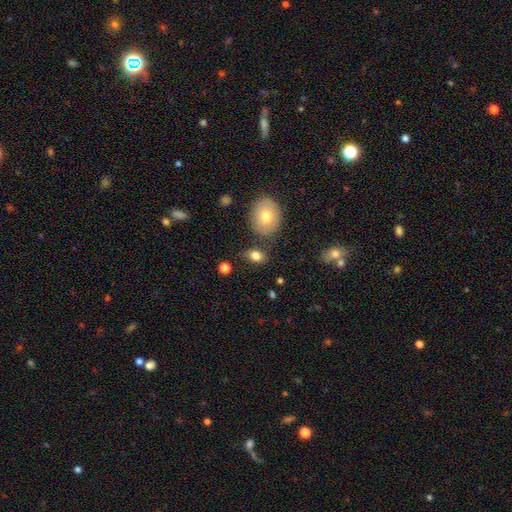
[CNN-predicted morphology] type=smooth (82%); roundness=in between (71%); merging=none (71%).